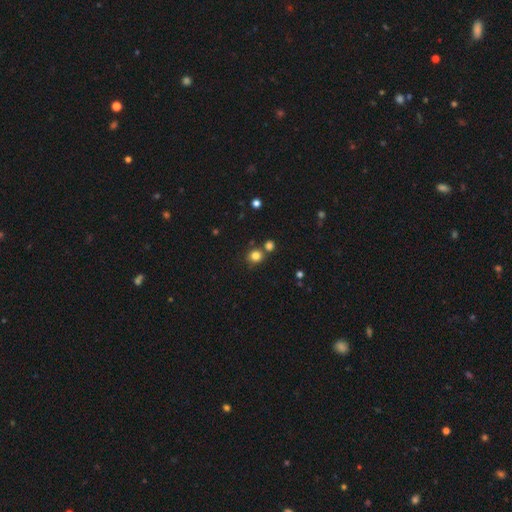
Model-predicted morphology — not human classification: This is clearly a smooth galaxy (81%). How rounded: clearly round (83%). Merging: likely none (72%).